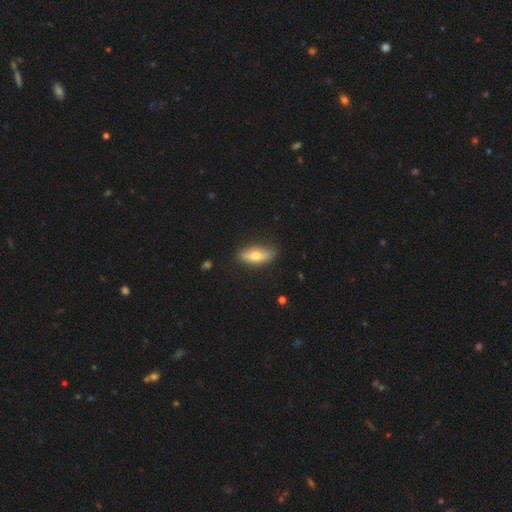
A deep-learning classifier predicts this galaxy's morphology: The model was most divided on "how rounded": in between: 55%, cigar-shaped: 41%, round: 3%. More confident: merging — none (83%); smooth or featured — smooth (57%).